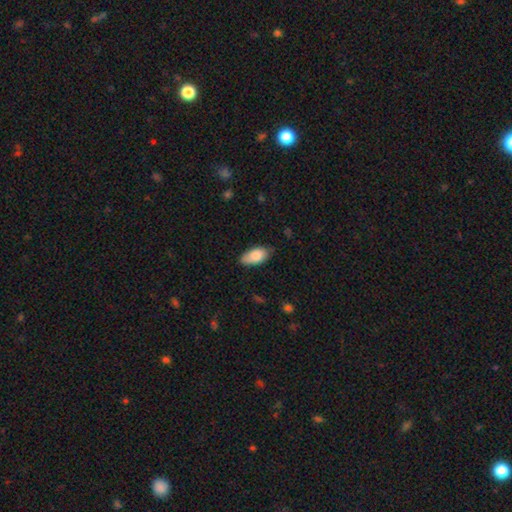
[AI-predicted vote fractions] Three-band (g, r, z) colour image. It shows a smooth galaxy with no disk features (83%) that is in between round and cigar-shaped (93%). Merging: none (74%).